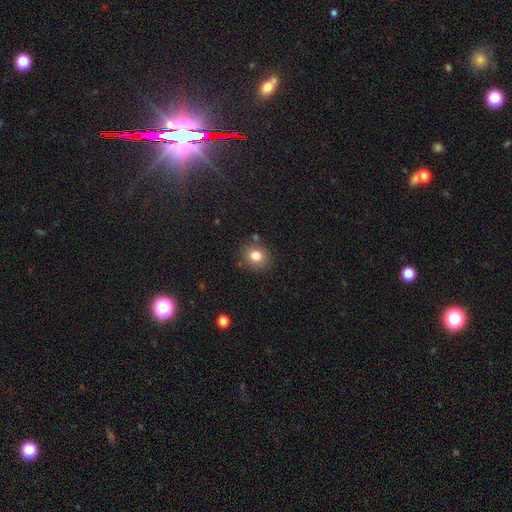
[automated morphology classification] This appears to be a smooth galaxy with no disk features (82%) that is round (73%). Merging: none (81%).